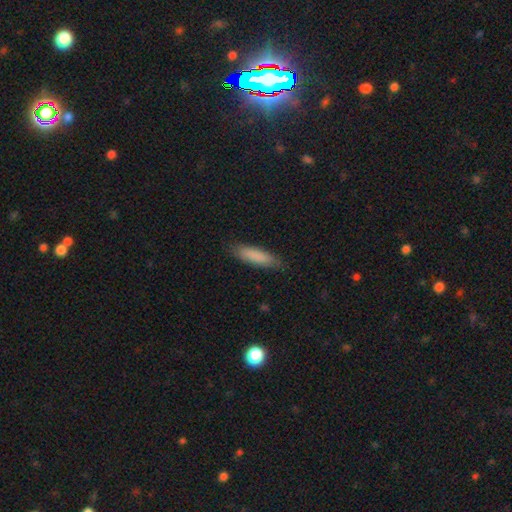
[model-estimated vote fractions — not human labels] Smooth or featured?
  - smooth: 84% *
  - featured or disk: 9%
  - star or artifact: 6%
How rounded?
  - cigar-shaped: 71% *
  - in between: 27%
  - round: 1%
Merging?
  - none: 84% *
  - minor disturbance: 12%
  - major disturbance: 2%
  - merger: 1%